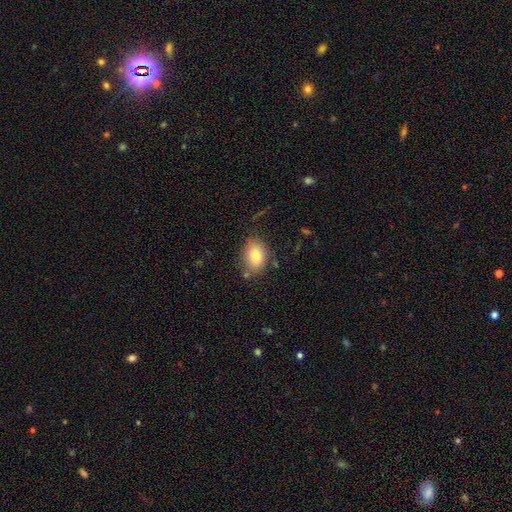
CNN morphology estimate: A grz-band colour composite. It shows a smooth galaxy with no disk features (79%) that is in between round and cigar-shaped (75%). Merging: none (76%).